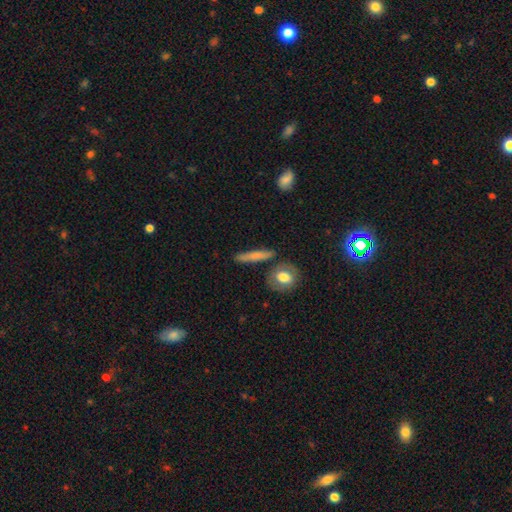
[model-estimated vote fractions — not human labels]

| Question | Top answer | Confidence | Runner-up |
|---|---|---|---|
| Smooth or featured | smooth | 69% | featured or disk (24%) |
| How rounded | cigar-shaped | 82% | in between (11%) |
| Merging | none | 83% | minor disturbance (9%) |